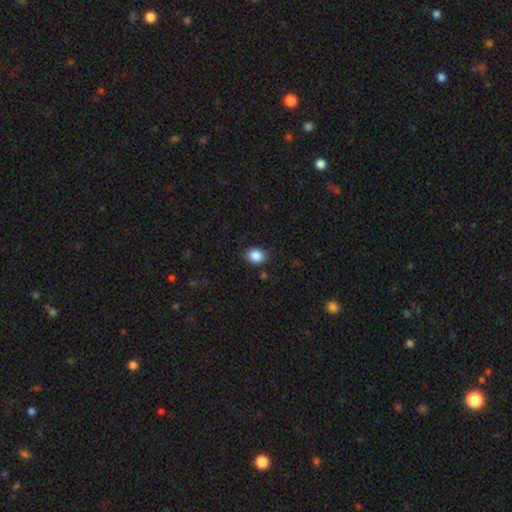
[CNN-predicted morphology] Smooth or featured? smooth (87%)
How rounded? round (56%)
Merging? none (85%)